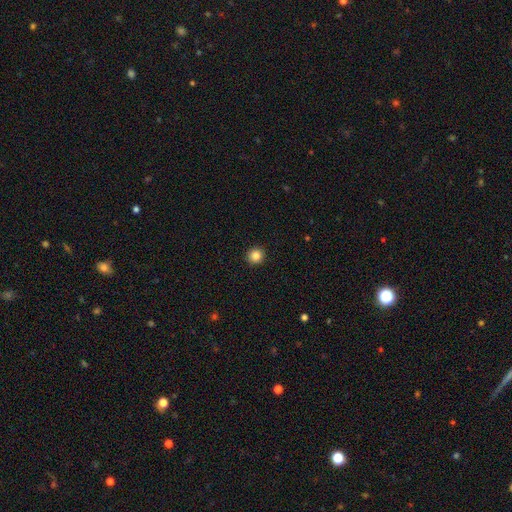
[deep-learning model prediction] Smooth or featured? smooth (85%)
How rounded? round (94%)
Merging? none (93%)